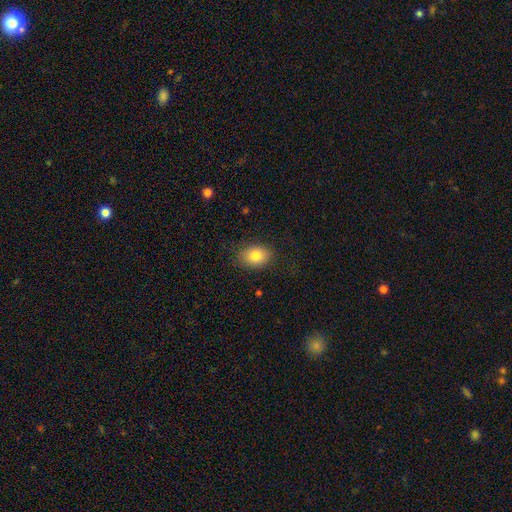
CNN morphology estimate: type=smooth (81%); roundness=in between (73%); merging=none (82%).